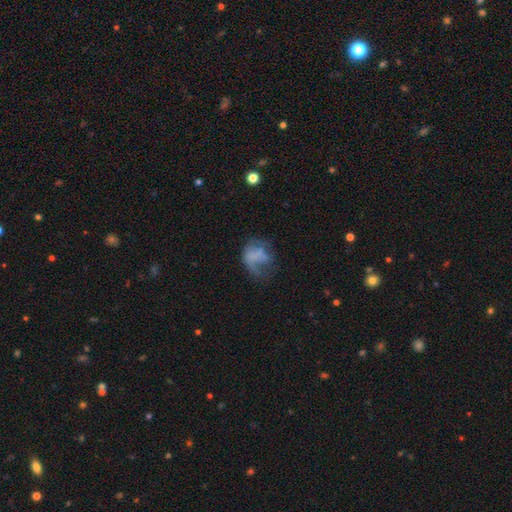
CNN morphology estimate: This appears to be a smooth galaxy with no disk features (47%). Merging: major disturbance (47%).